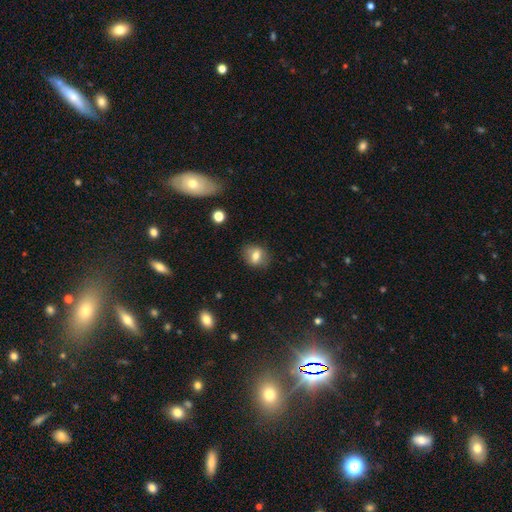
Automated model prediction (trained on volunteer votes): smooth_or_featured: smooth (p=0.71) [alt: featured or disk p=0.19]
how_rounded: round (p=0.52) [alt: in between p=0.47]
merging: none (p=0.80) [alt: minor disturbance p=0.14]